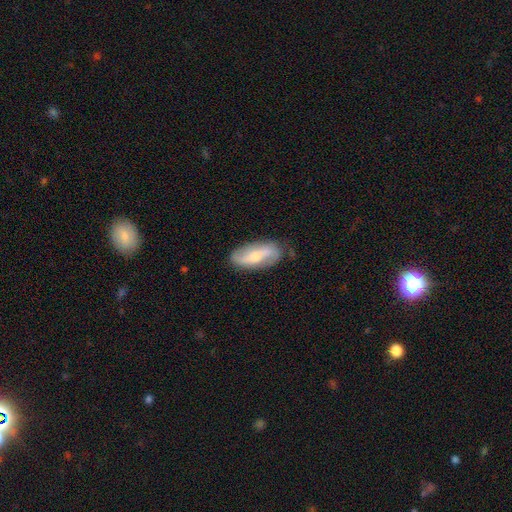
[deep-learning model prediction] Smooth or featured?
  - featured or disk: 62% *
  - smooth: 33%
  - star or artifact: 6%
Edge-on disk?
  - no: 87% *
  - yes: 13%
Bar?
  - weak: 36% *
  - strong: 33%
  - no: 32%
Spiral arms?
  - yes: 81% *
  - no: 19%
Bulge size?
  - moderate: 58% *
  - small: 35%
  - large: 4%
  - none: 2%
  - dominant: 1%
Merging?
  - none: 79% *
  - minor disturbance: 16%
  - major disturbance: 4%
  - merger: 2%